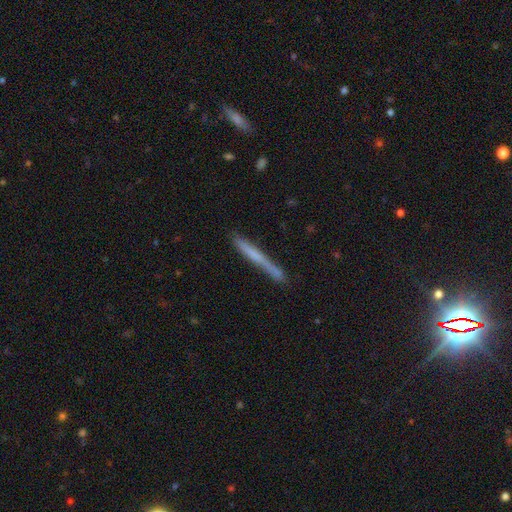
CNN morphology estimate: Smooth or featured? smooth (54%)
How rounded? cigar-shaped (97%)
Merging? none (81%)